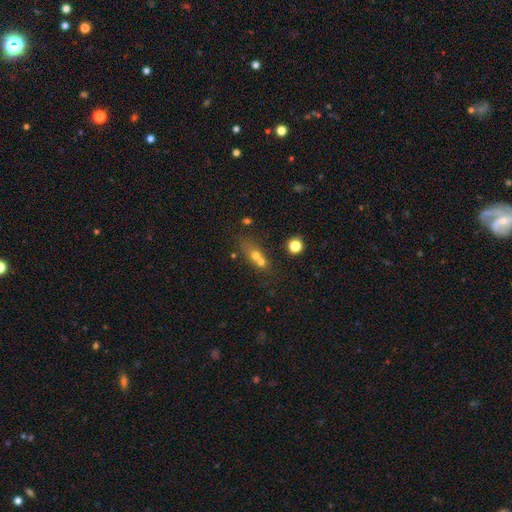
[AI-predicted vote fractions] This appears to be a smooth galaxy with no disk features (60%) that is round (48%). Merging: merger (57%).